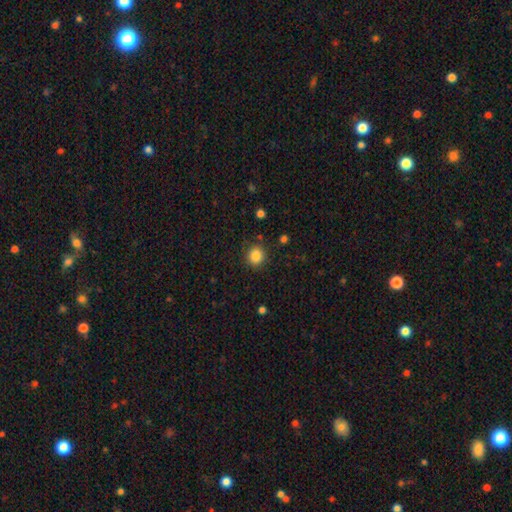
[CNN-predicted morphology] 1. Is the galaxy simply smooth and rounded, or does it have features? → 86% smooth, 10% star or artifact, 4% featured or disk.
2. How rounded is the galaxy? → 88% round, 11% in between, 1% cigar-shaped.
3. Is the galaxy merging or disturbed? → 87% none, 8% minor disturbance, 3% major disturbance, 2% merger.